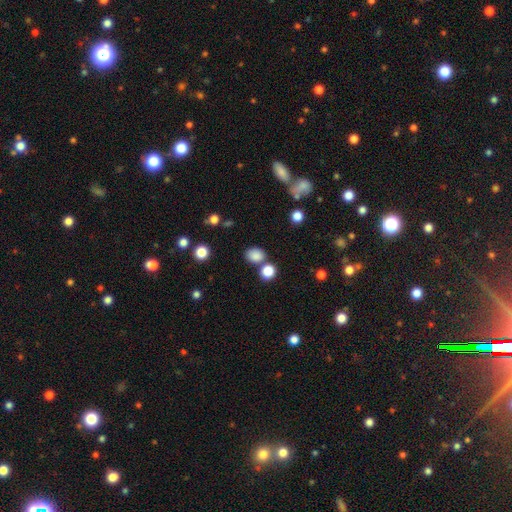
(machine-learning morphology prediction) Smooth or featured? Predicted: smooth (p=0.83). How rounded? Predicted: in between (p=0.52). Merging? Predicted: none (p=0.71).